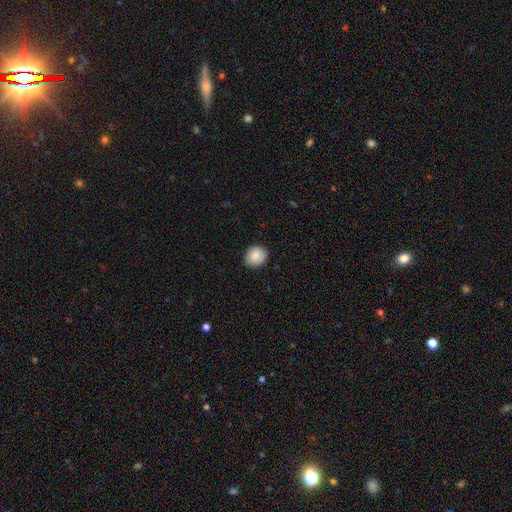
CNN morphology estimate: Smooth or featured?
  - smooth: 88% *
  - star or artifact: 7%
  - featured or disk: 5%
How rounded?
  - round: 70% *
  - in between: 29%
  - cigar-shaped: 1%
Merging?
  - none: 86% *
  - minor disturbance: 11%
  - major disturbance: 2%
  - merger: 1%